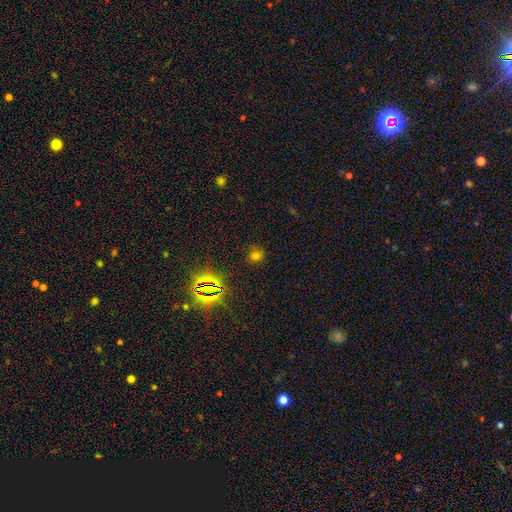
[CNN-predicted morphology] smooth-or-featured: smooth: 58% | star or artifact: 35% | featured or disk: 7%
  how-rounded: round: 81% | in between: 18% | cigar-shaped: 1%
  merging: none: 79% | minor disturbance: 13% | major disturbance: 5% | merger: 2%